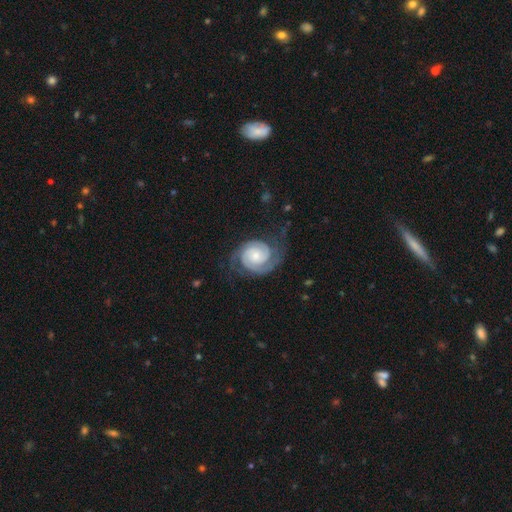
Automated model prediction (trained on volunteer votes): smooth_or_featured: featured or disk (p=0.88) [alt: smooth p=0.08]
disk_edge_on: no (p=0.98) [alt: yes p=0.02]
bar: no (p=0.69) [alt: weak p=0.25]
has_spiral_arms: yes (p=0.98) [alt: no p=0.02]
spiral_winding: tight (p=0.66) [alt: medium p=0.28]
spiral_arm_count: 2 (p=0.81) [alt: 3 p=0.07]
bulge_size: small (p=0.47) [alt: moderate p=0.38]
merging: none (p=0.67) [alt: minor disturbance p=0.19]